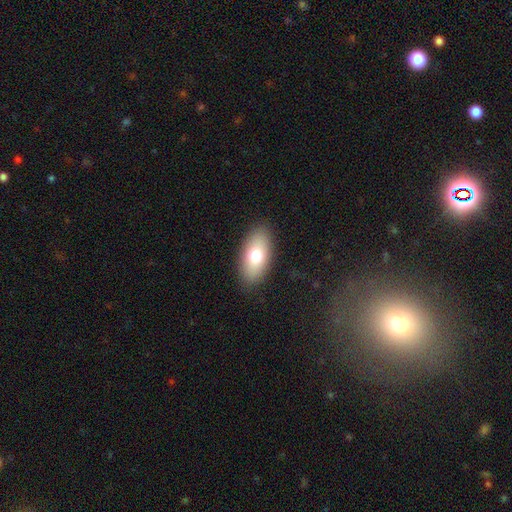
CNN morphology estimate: Smooth or featured? smooth (74%)
How rounded? in between (92%)
Merging? none (87%)